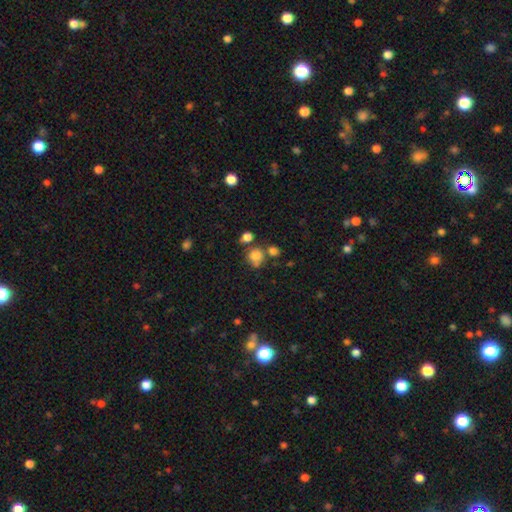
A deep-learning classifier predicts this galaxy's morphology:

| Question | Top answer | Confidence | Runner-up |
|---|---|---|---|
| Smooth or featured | smooth | 79% | star or artifact (13%) |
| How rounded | round | 82% | in between (17%) |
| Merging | none | 58% | merger (22%) |